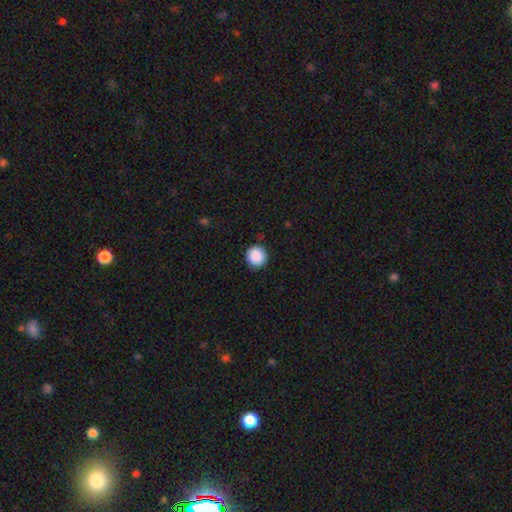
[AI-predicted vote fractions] Morphology: type=smooth (88%); roundness=round (94%); merging=none (90%).